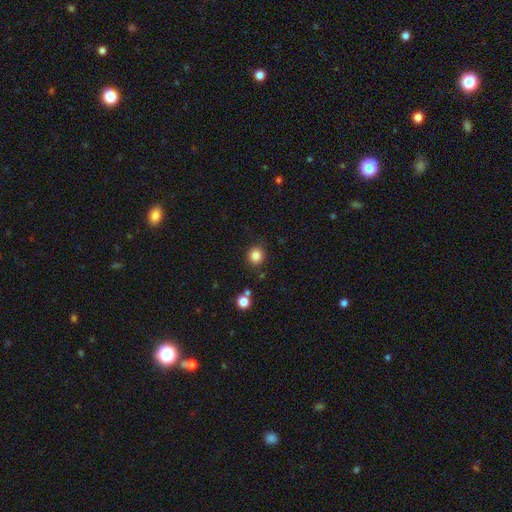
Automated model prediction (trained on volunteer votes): Smooth or featured?
  - smooth: 84% *
  - star or artifact: 11%
  - featured or disk: 5%
How rounded?
  - round: 88% *
  - in between: 11%
  - cigar-shaped: 1%
Merging?
  - none: 86% *
  - minor disturbance: 9%
  - merger: 3%
  - major disturbance: 3%